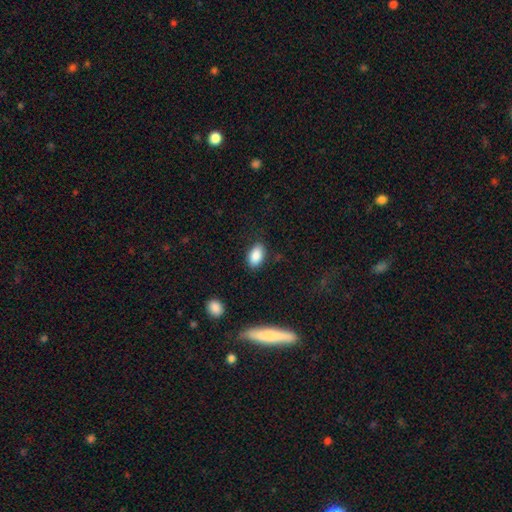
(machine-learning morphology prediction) A smooth galaxy with no disk features (87%) that is in between round and cigar-shaped (91%). Merging: none (83%).